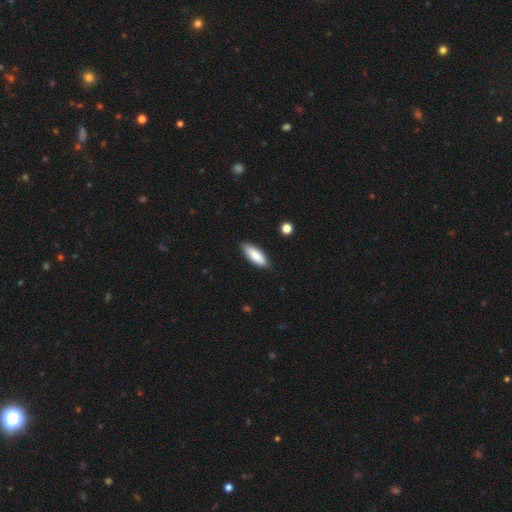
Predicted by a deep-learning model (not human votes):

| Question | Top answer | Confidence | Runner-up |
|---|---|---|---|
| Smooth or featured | smooth | 85% | featured or disk (10%) |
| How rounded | in between | 66% | cigar-shaped (32%) |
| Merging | none | 87% | minor disturbance (10%) |